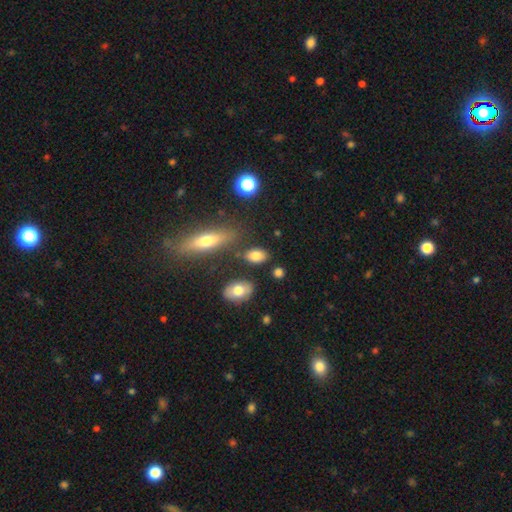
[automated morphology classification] smooth 81%, featured or disk 10%, star or artifact 9%. Down the decision tree: how rounded — in between (86%); merging — none (78%).